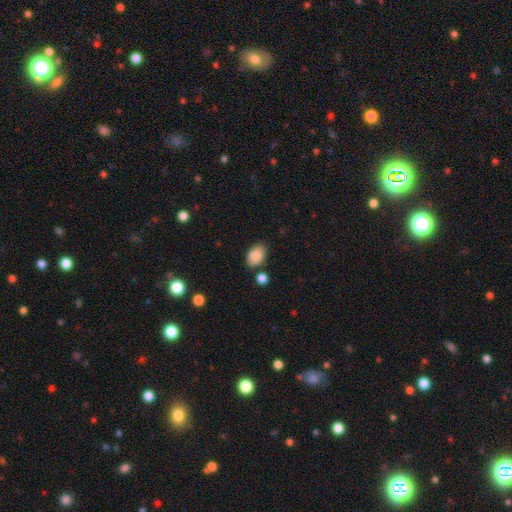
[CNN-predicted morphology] A smooth galaxy with no disk features (88%) that is in between round and cigar-shaped (88%).

Vote fractions:
- Smooth or featured? smooth: 88% / star or artifact: 8% / featured or disk: 4%
- How rounded? in between: 88% / round: 11% / cigar-shaped: 1%
- Merging? none: 76% / minor disturbance: 15% / merger: 6% / major disturbance: 4%